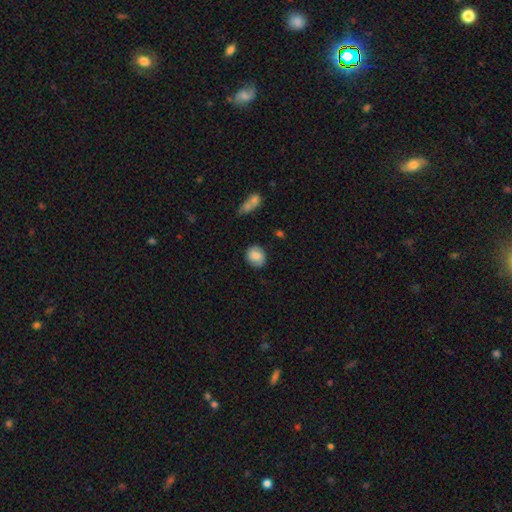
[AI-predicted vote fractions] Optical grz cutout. It shows a smooth galaxy with no disk features (82%) that is round (71%). Merging: none (82%).